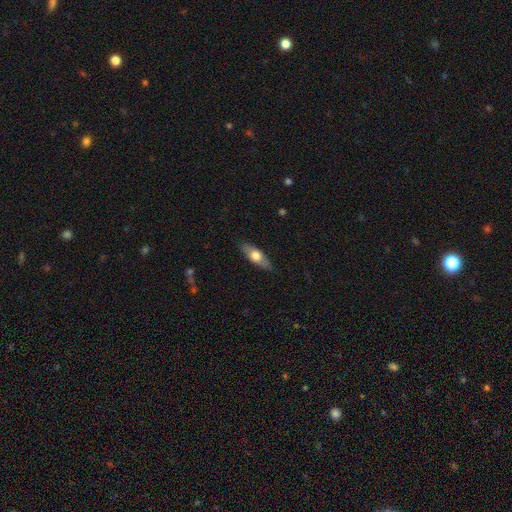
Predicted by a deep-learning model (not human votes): Smooth or featured: smooth — 59% (featured or disk — 36%)
How rounded: in between — 68% (cigar-shaped — 29%)
Merging: none — 85% (minor disturbance — 12%)